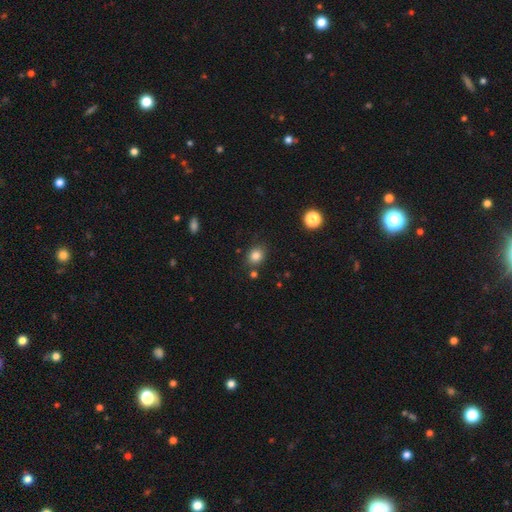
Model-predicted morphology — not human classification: smooth_or_featured: smooth (p=0.82) [alt: star or artifact p=0.12]
how_rounded: round (p=0.64) [alt: in between p=0.35]
merging: none (p=0.81) [alt: minor disturbance p=0.11]